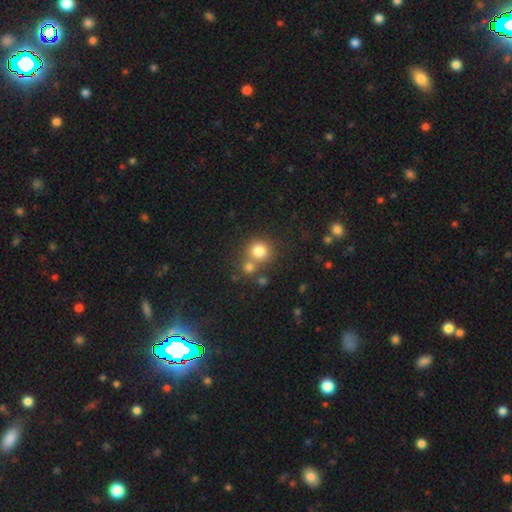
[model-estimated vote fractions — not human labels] Morphology: type=smooth (61%); roundness=round (90%); merging=none (64%).